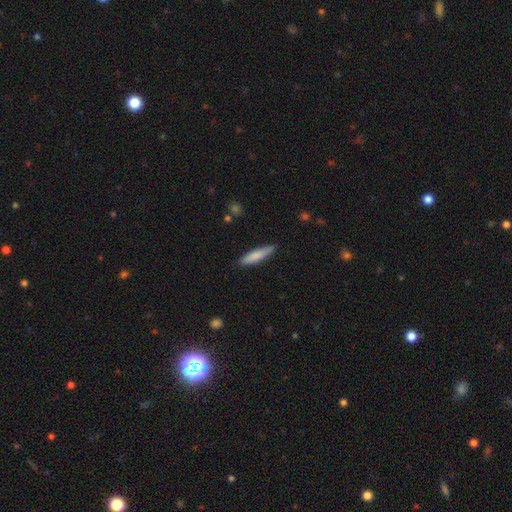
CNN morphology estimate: smooth-or-featured: smooth: 80% | featured or disk: 15% | star or artifact: 5%
  how-rounded: cigar-shaped: 83% | in between: 15% | round: 1%
  merging: none: 85% | minor disturbance: 12% | major disturbance: 2% | merger: 1%